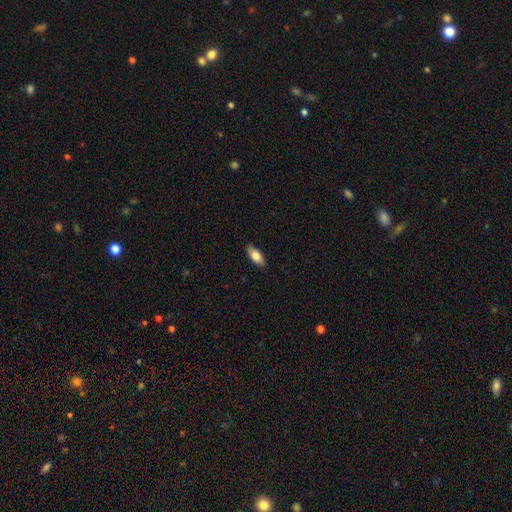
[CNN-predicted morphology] Overall: smooth (80%). How rounded: in between (87%). Merging: none (89%).